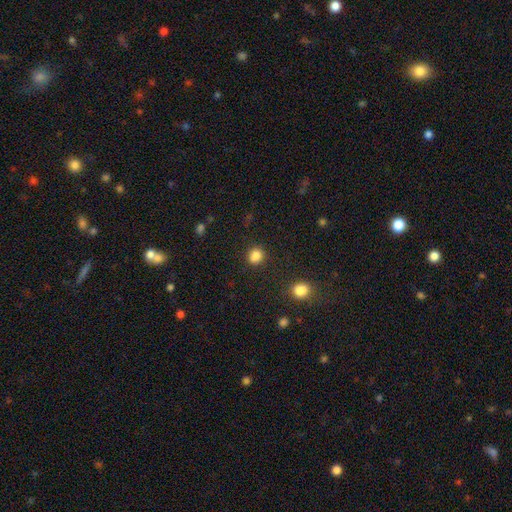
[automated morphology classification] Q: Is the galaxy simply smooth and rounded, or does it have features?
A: smooth — 85%.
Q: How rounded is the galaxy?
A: round — 76%.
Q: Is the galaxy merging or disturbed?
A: none — 86%.